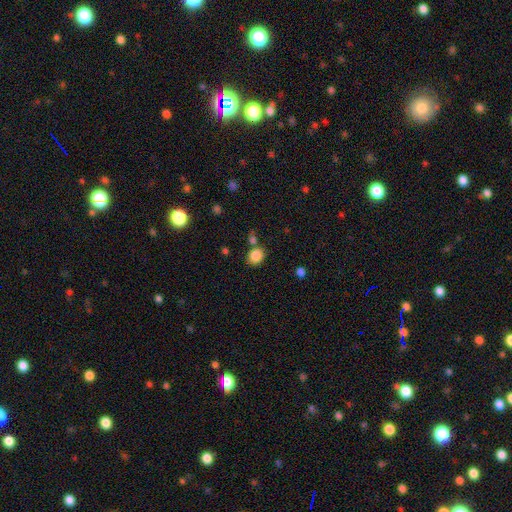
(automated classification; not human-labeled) The model was most divided on "how rounded": round: 66%, in between: 33%, cigar-shaped: 1%. More confident: smooth or featured — smooth (86%); merging — none (73%).